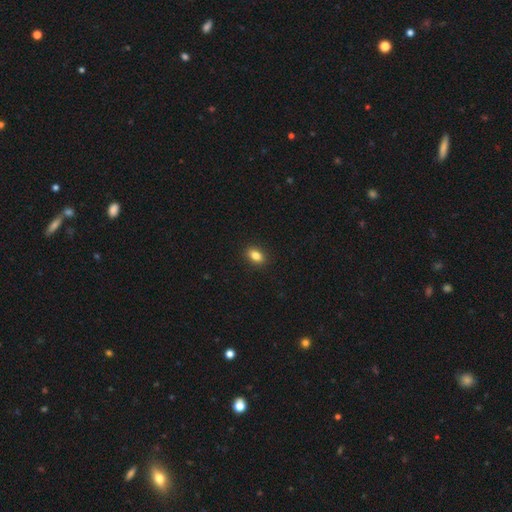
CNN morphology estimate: A smooth galaxy with no disk features (84%) that is in between round and cigar-shaped (77%). Merging: none (90%).